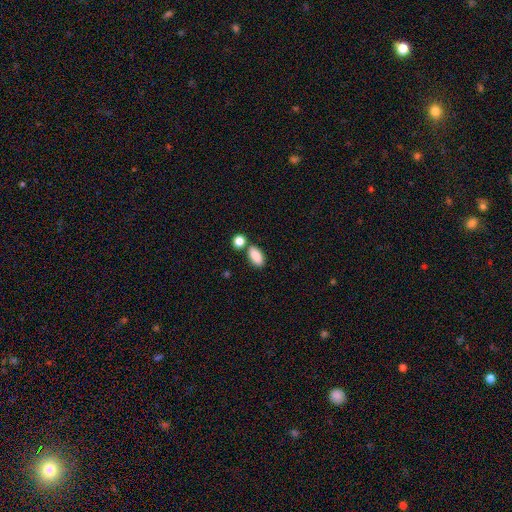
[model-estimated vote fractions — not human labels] Overall: smooth (87%). How rounded: in between (89%). Merging: none (70%).